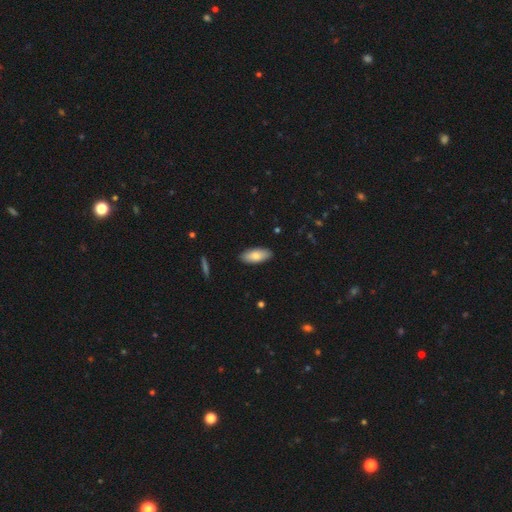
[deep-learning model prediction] Q: Smooth or featured?
A: smooth (80%); runner-up: featured or disk (14%)
Q: How rounded?
A: in between (88%); runner-up: cigar-shaped (10%)
Q: Merging?
A: none (89%); runner-up: minor disturbance (9%)